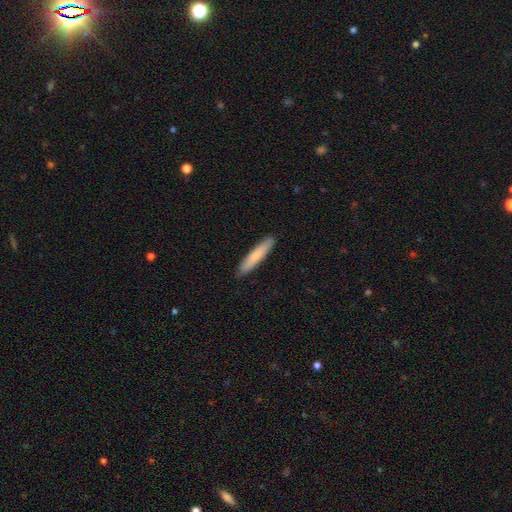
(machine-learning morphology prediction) This is likely a smooth galaxy (78%). How rounded: clearly cigar-shaped (91%). Merging: clearly none (90%).